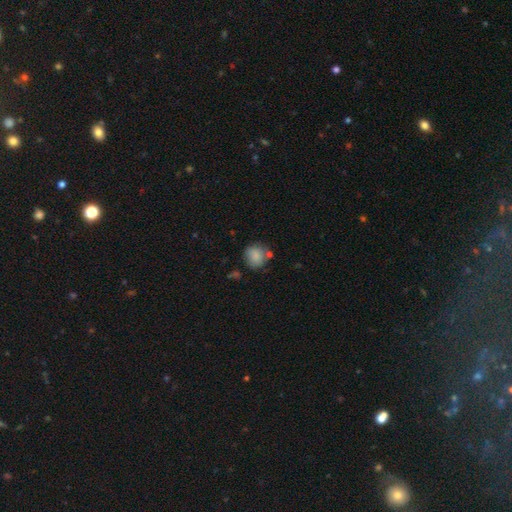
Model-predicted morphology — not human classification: Overall: smooth (83%). How rounded: round (78%). Merging: none (65%).